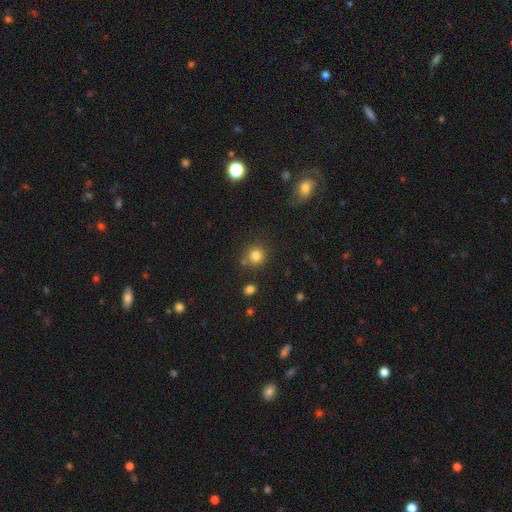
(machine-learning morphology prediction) Smooth or featured? smooth (82%)
How rounded? round (87%)
Merging? none (71%)